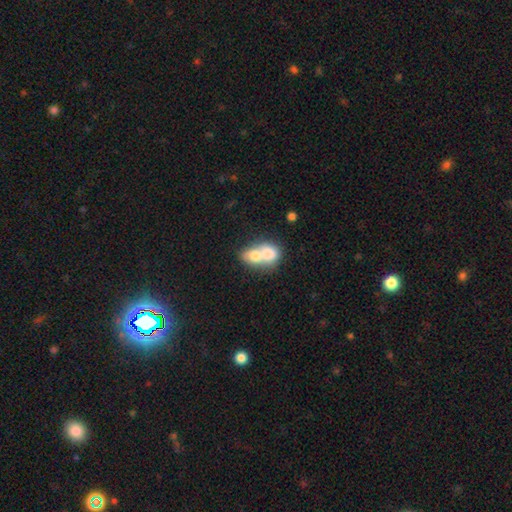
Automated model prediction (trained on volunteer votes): A smooth galaxy with no disk features (73%) that is in between round and cigar-shaped (59%). Merging: merger (77%).